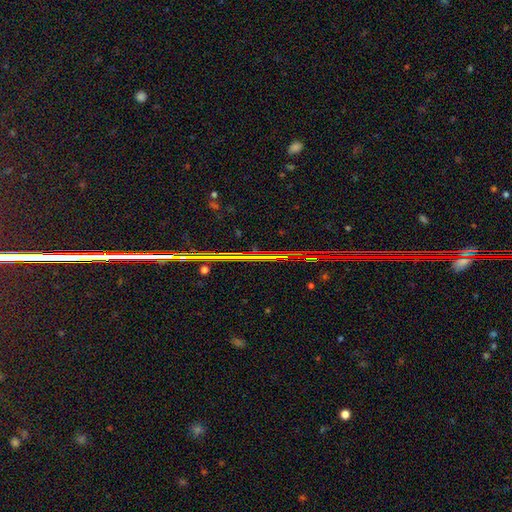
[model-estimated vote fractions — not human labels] Morphology: type=star or artifact (86%).